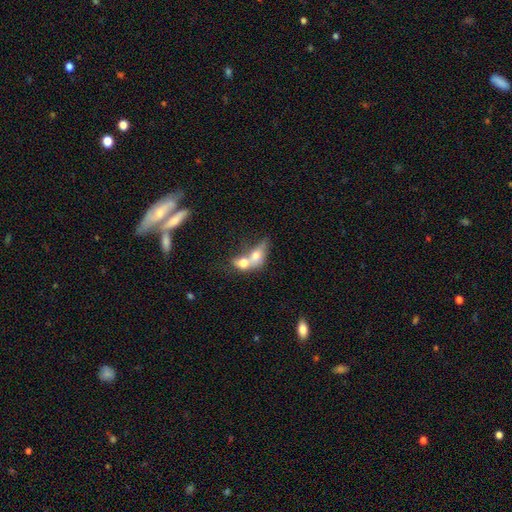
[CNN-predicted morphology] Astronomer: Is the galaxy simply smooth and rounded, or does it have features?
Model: smooth — 66%.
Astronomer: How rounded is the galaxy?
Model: in between — 66%.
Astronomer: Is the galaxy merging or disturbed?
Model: merger — 79%.